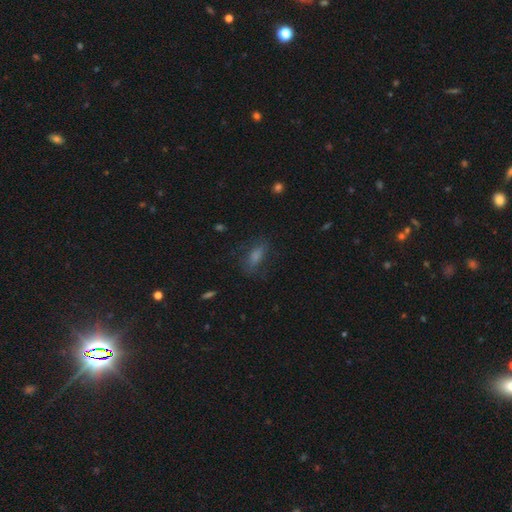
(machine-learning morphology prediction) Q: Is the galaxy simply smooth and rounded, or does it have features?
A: smooth — 54%.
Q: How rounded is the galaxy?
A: in between — 72%.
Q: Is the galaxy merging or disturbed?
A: none — 72%.